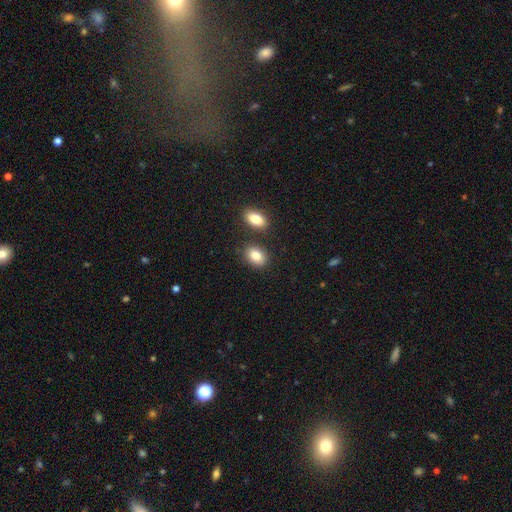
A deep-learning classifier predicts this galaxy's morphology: type=smooth (84%); roundness=in between (85%); merging=none (75%).